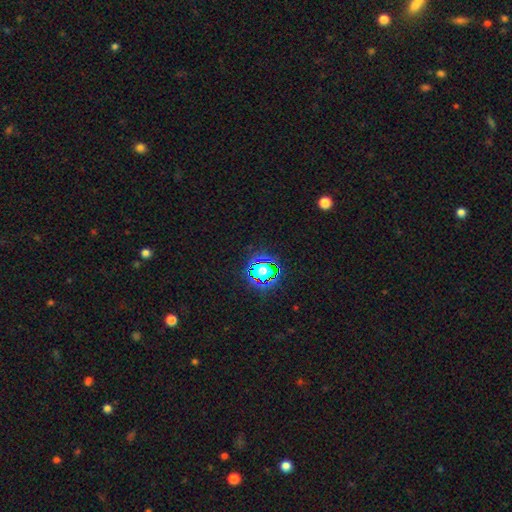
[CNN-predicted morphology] Q: Smooth or featured?
A: star or artifact (79%); runner-up: smooth (13%)